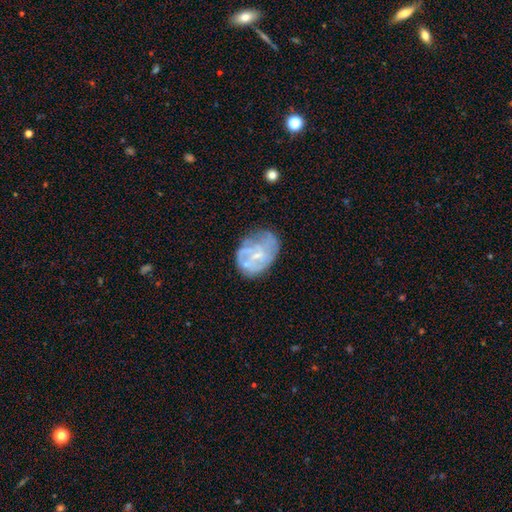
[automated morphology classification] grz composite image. It shows a featured or disk galaxy (64%) with no bar (62%), spiral arms (54%) and a small central bulge (59%). Merging: none (48%).